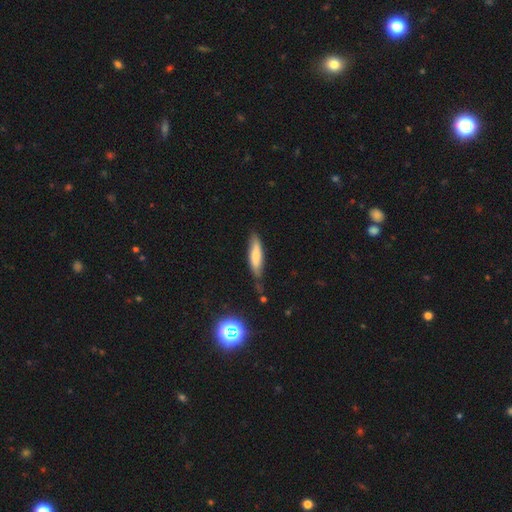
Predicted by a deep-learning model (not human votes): smooth 69%, featured or disk 24%, star or artifact 7%. Down the decision tree: how rounded — cigar-shaped (69%); merging — none (62%).